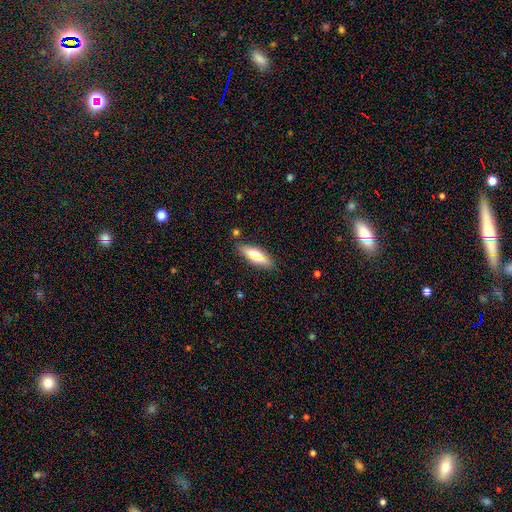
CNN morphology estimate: A smooth galaxy with no disk features (63%) that is cigar-shaped (49%). Merging: none (83%).